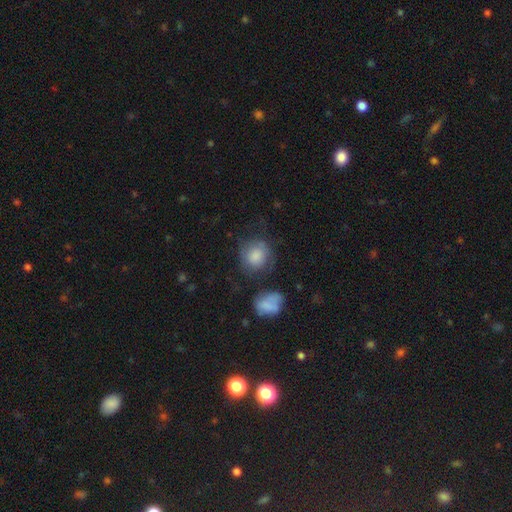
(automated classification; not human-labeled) smooth 76%, featured or disk 16%, star or artifact 8%. Down the decision tree: how rounded — round (82%); merging — none (60%).